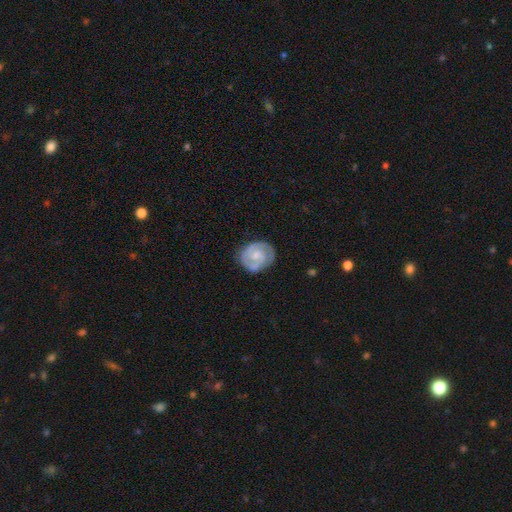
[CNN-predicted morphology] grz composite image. It shows a featured or disk galaxy (73%) with no bar (59%), 2 (69%) tight (57%) spiral arms (91%) and a small central bulge (46%). Merging: none (74%).